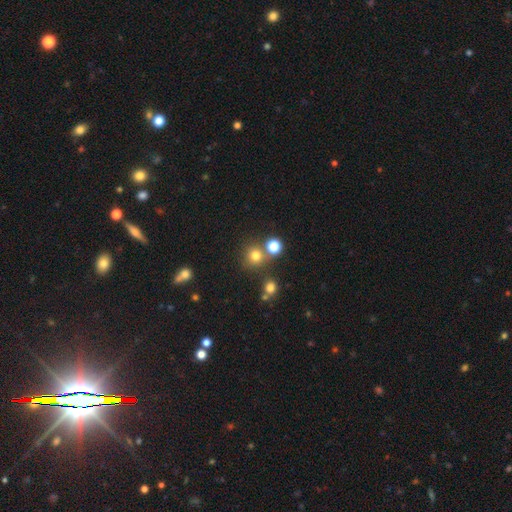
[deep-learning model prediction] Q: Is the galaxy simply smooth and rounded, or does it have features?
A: smooth — 74%.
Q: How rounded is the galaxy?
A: round — 90%.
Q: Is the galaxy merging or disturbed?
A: none — 71%.